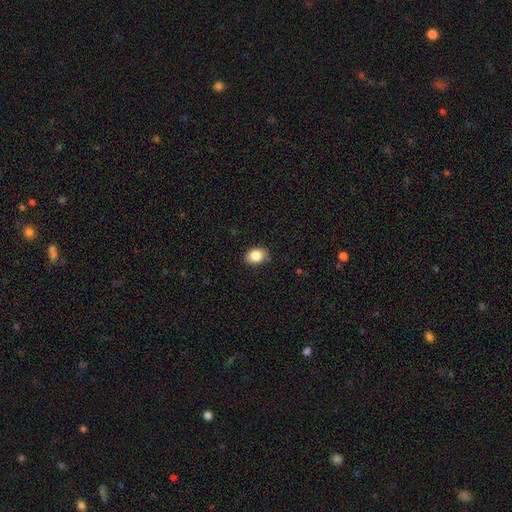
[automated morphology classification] Smooth or featured: smooth — 85% (star or artifact — 9%)
How rounded: in between — 67% (round — 32%)
Merging: none — 82% (minor disturbance — 14%)